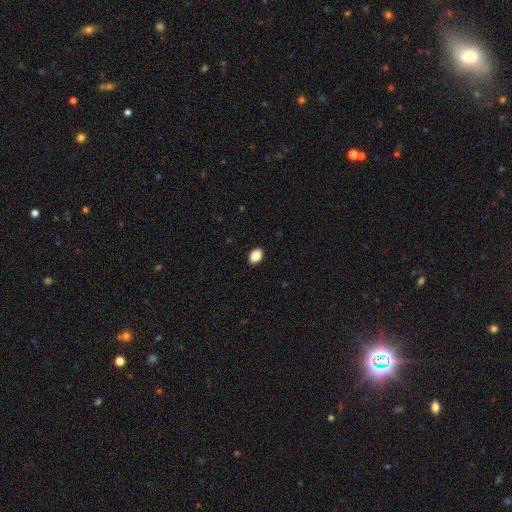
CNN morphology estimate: Smooth or featured? smooth (88%)
How rounded? in between (77%)
Merging? none (91%)